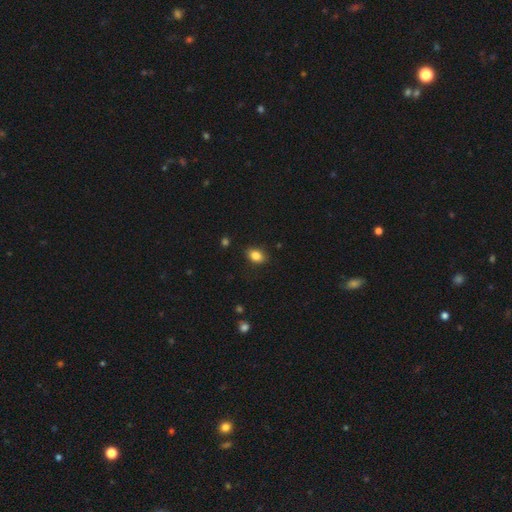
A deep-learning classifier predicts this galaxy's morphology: A smooth galaxy with no disk features (84%) that is in between round and cigar-shaped (77%).

Vote fractions:
- Smooth or featured? smooth: 84% / star or artifact: 10% / featured or disk: 6%
- How rounded? in between: 77% / round: 22% / cigar-shaped: 1%
- Merging? none: 85% / minor disturbance: 11% / major disturbance: 2% / merger: 1%